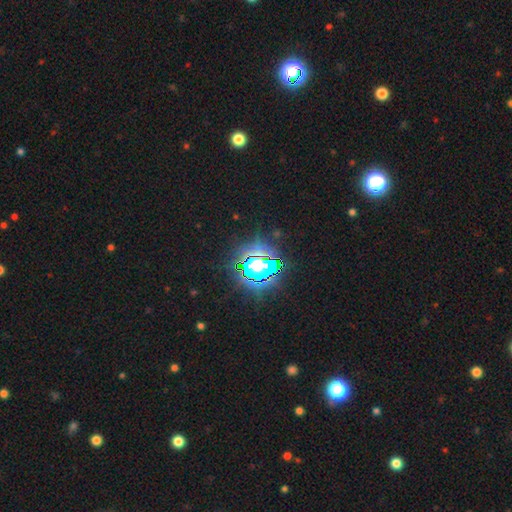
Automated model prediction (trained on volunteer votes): This appears to be a star or artifact, not a galaxy (82%).